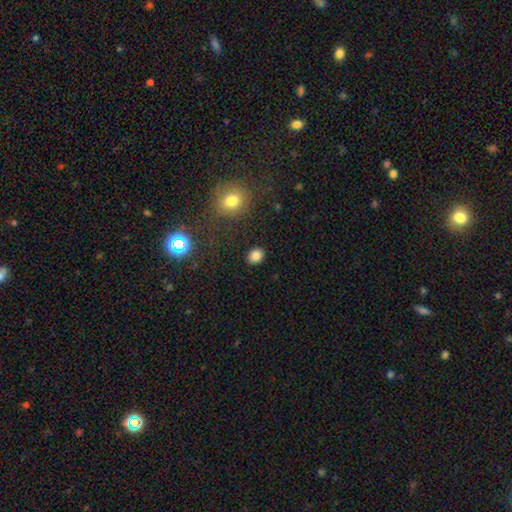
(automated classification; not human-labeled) A smooth galaxy with no disk features (82%) that is round (52%). Merging: none (88%).